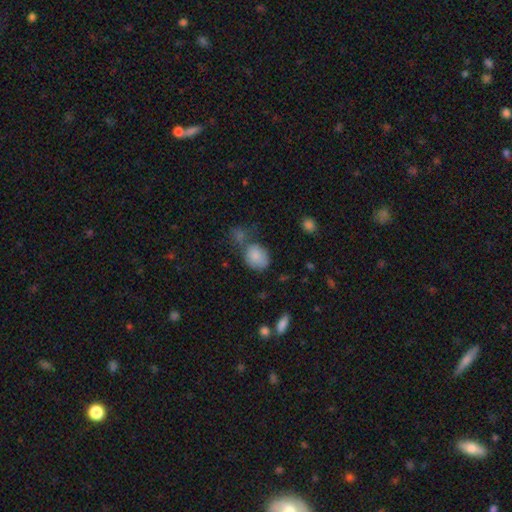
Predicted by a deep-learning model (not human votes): smooth 84%, star or artifact 8%, featured or disk 8%. Down the decision tree: how rounded — in between (51%); merging — none (46%).